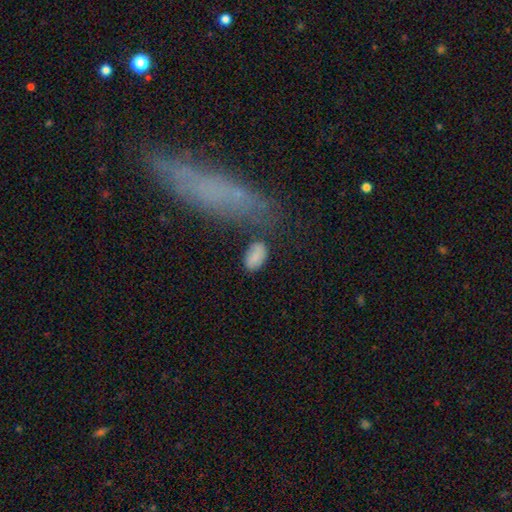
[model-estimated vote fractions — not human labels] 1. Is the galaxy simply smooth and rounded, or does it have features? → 81% smooth, 10% featured or disk, 9% star or artifact.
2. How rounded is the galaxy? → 91% in between, 7% round, 2% cigar-shaped.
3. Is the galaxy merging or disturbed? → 66% none, 21% minor disturbance, 8% major disturbance, 5% merger.